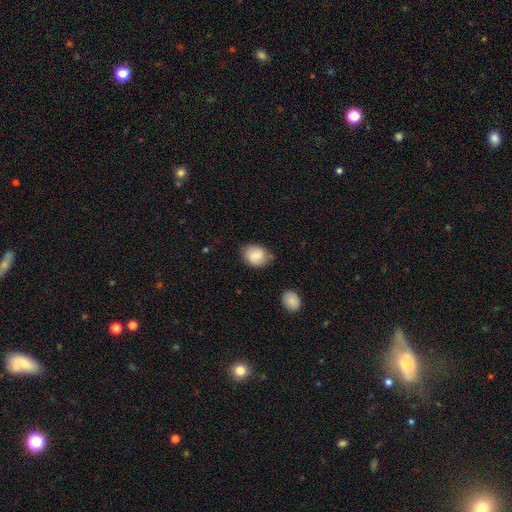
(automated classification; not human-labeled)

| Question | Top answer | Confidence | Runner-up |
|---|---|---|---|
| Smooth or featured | smooth | 78% | featured or disk (15%) |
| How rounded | in between | 54% | round (45%) |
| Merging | none | 72% | minor disturbance (21%) |